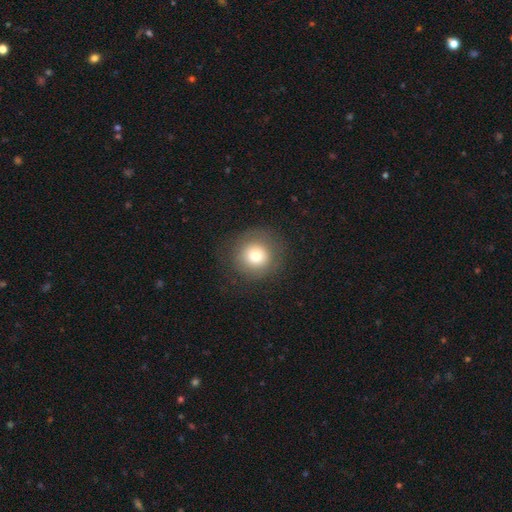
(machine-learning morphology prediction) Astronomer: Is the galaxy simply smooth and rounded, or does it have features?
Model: smooth — 74%.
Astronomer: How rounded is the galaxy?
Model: round — 93%.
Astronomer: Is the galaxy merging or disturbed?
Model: none — 83%.